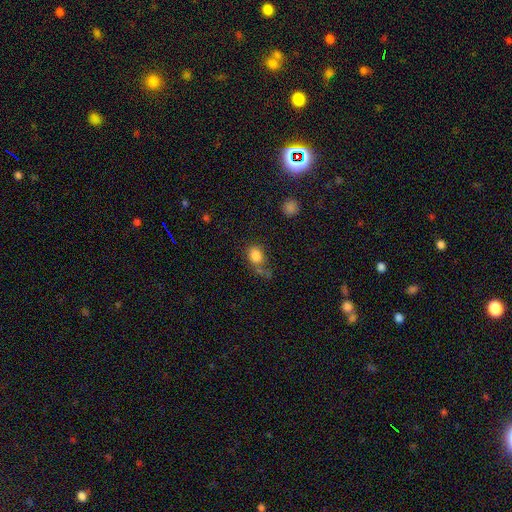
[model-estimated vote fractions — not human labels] Q: Smooth or featured?
A: smooth (82%); runner-up: star or artifact (11%)
Q: How rounded?
A: in between (50%); runner-up: round (48%)
Q: Merging?
A: none (50%); runner-up: minor disturbance (21%)